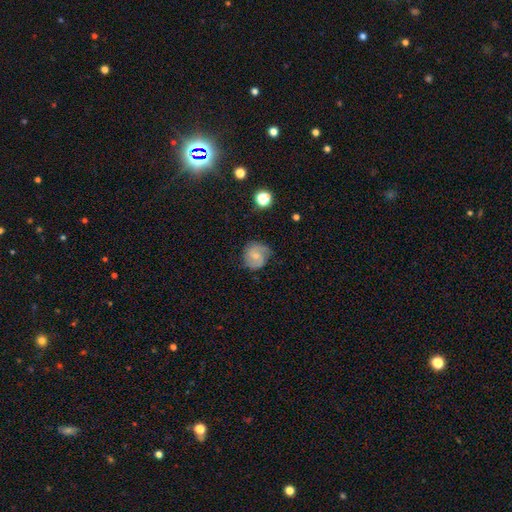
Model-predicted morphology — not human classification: Smooth or featured? Predicted: featured or disk (p=0.52). Edge-on disk? Predicted: no (p=0.97). Bar? Predicted: no (p=0.50). Spiral arms? Predicted: yes (p=0.86). Bulge size? Predicted: small (p=0.57). Merging? Predicted: none (p=0.66).